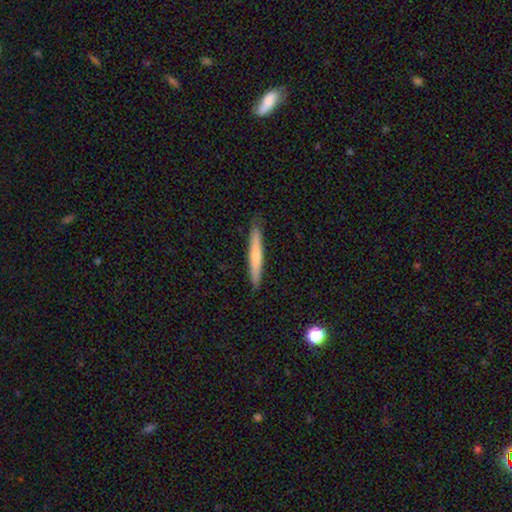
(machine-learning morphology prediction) Smooth or featured? Predicted: smooth (p=0.61). How rounded? Predicted: cigar-shaped (p=0.95). Merging? Predicted: none (p=0.89).